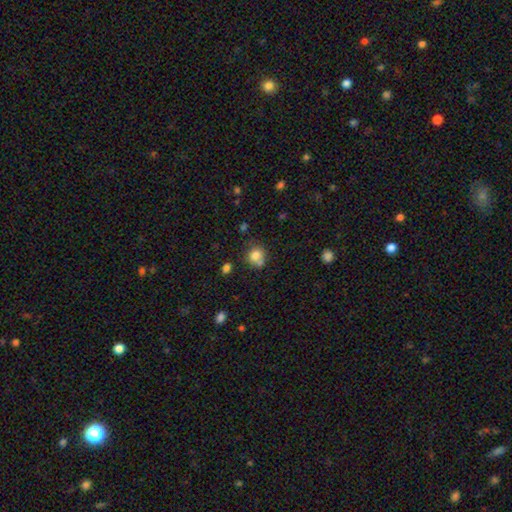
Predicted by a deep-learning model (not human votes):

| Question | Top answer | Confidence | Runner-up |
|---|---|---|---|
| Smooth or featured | smooth | 80% | star or artifact (11%) |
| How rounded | round | 79% | in between (20%) |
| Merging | none | 56% | merger (23%) |